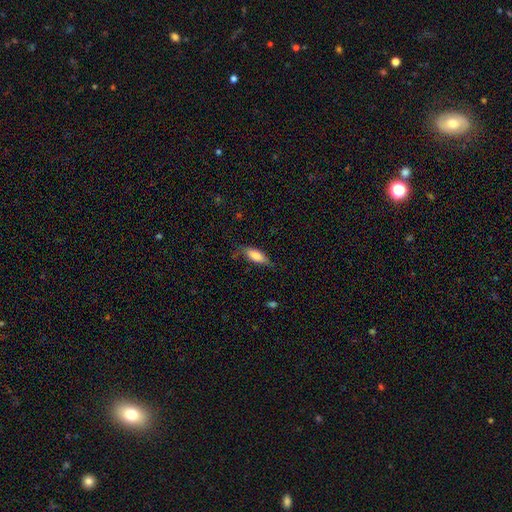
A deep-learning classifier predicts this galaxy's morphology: Smooth or featured? Predicted: smooth (p=0.79). How rounded? Predicted: in between (p=0.71). Merging? Predicted: none (p=0.66).